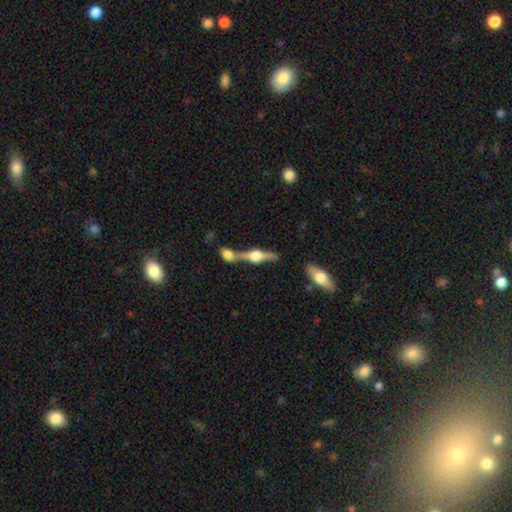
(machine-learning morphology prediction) Smooth or featured? Predicted: featured or disk (p=0.79). Edge-on disk? Predicted: yes (p=0.95). Edge-on bulge? Predicted: rounded (p=0.95). Merging? Predicted: none (p=0.48).